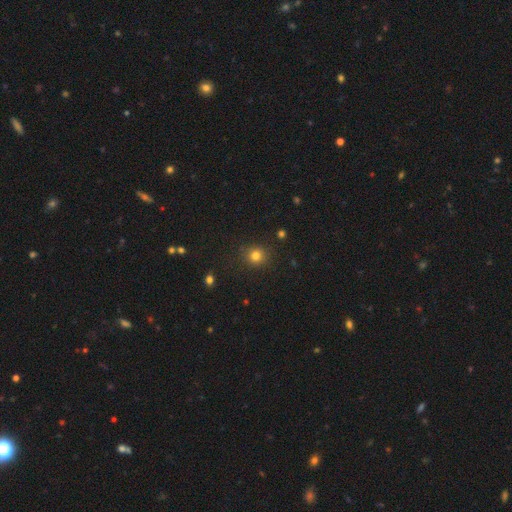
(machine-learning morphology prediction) Q: Smooth or featured?
A: smooth (80%); runner-up: star or artifact (14%)
Q: How rounded?
A: round (87%); runner-up: in between (12%)
Q: Merging?
A: none (88%); runner-up: minor disturbance (8%)